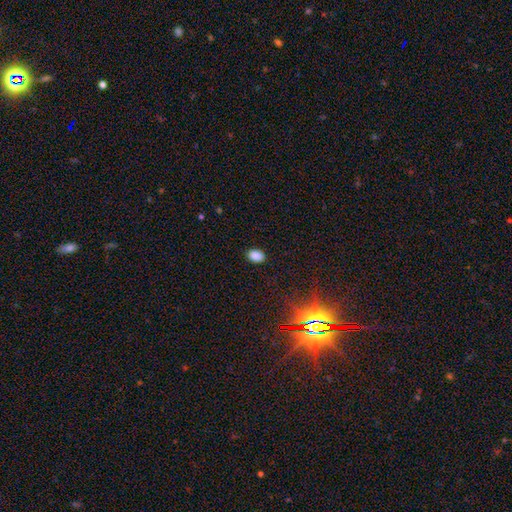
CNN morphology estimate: Smooth or featured? Predicted: smooth (p=0.86). How rounded? Predicted: in between (p=0.79). Merging? Predicted: none (p=0.87).